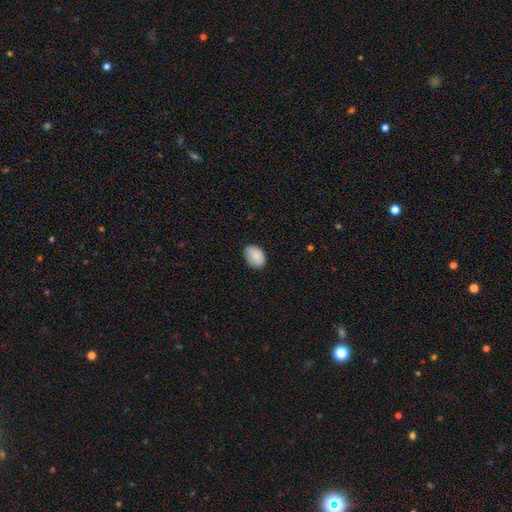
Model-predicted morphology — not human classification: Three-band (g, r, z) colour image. It shows a smooth galaxy with no disk features (88%) that is in between round and cigar-shaped (87%). Merging: none (81%).